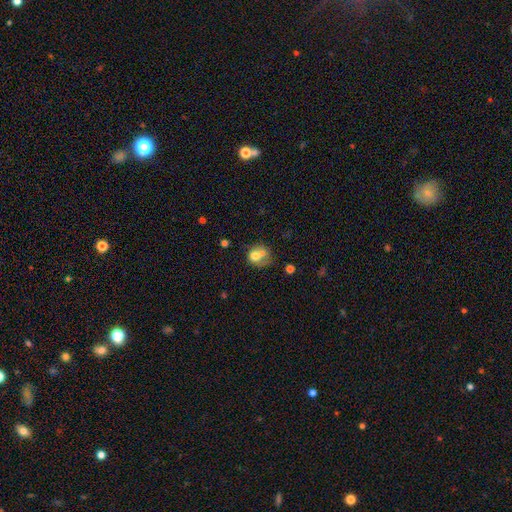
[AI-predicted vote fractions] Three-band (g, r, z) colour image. It shows a smooth galaxy with no disk features (68%) that is round (63%). Merging: merger (41%).